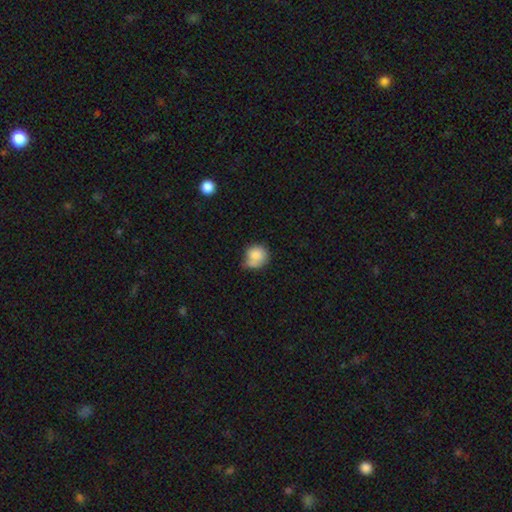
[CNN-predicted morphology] Q: Smooth or featured?
A: smooth (81%); runner-up: featured or disk (10%)
Q: How rounded?
A: round (77%); runner-up: in between (22%)
Q: Merging?
A: none (41%); runner-up: minor disturbance (30%)